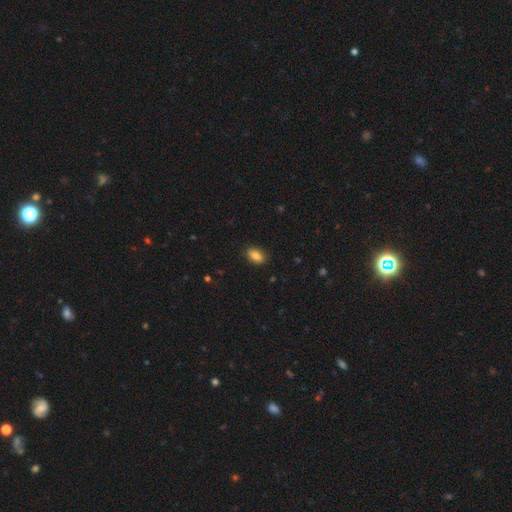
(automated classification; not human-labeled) Q: Smooth or featured?
A: smooth (84%); runner-up: star or artifact (8%)
Q: How rounded?
A: in between (88%); runner-up: round (9%)
Q: Merging?
A: none (87%); runner-up: minor disturbance (10%)